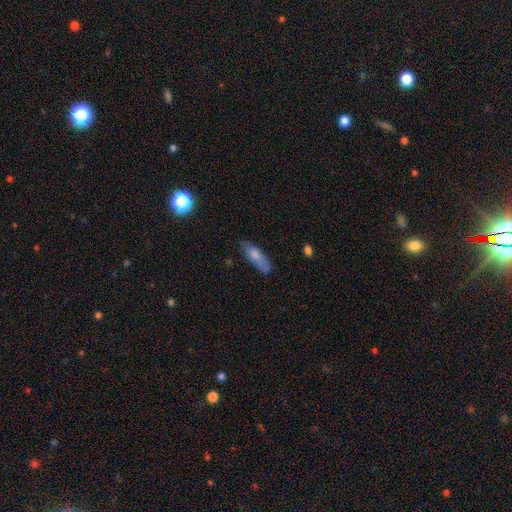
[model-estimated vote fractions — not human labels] Morphology: type=smooth (70%); roundness=in between (55%); merging=none (68%).